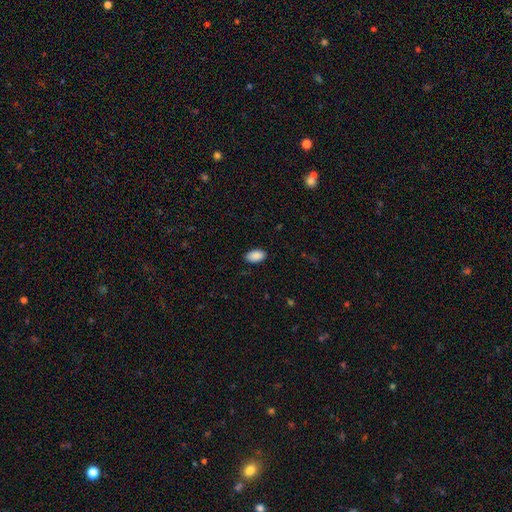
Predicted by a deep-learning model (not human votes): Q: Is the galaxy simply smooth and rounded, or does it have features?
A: smooth — 89%.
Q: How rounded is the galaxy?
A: in between — 94%.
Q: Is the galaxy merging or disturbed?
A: none — 87%.